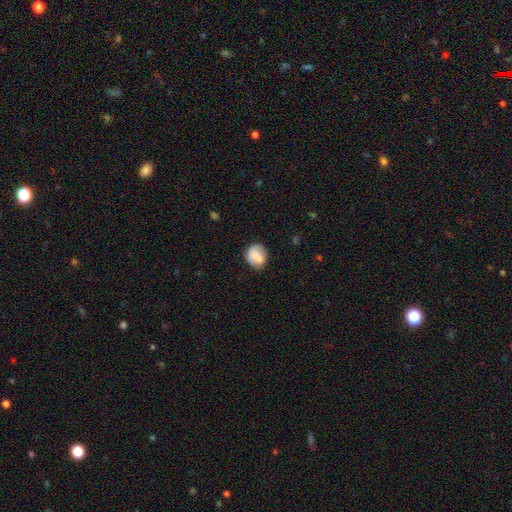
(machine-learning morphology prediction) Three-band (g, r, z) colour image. It shows a smooth galaxy with no disk features (73%) that is round (69%). Merging: none (65%).